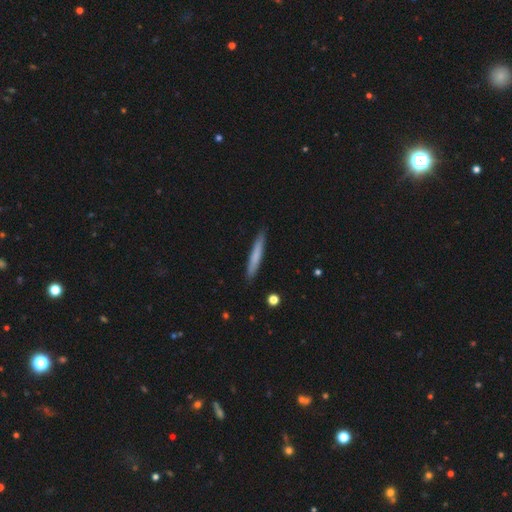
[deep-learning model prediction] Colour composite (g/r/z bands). It shows a smooth galaxy with no disk features (71%) that is cigar-shaped (95%). Merging: none (90%).